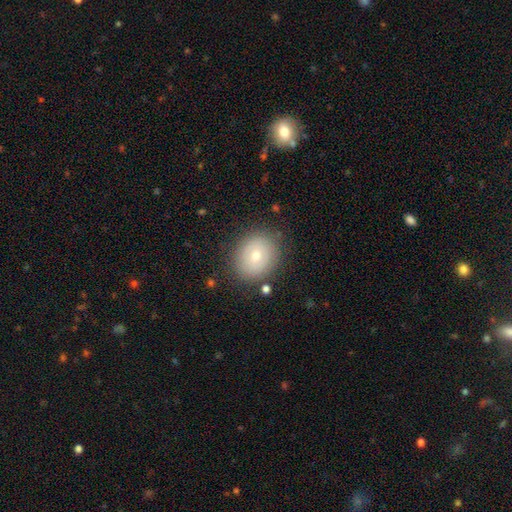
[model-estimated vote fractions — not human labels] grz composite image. It shows a smooth galaxy with no disk features (66%) that is round (68%). Merging: none (84%).